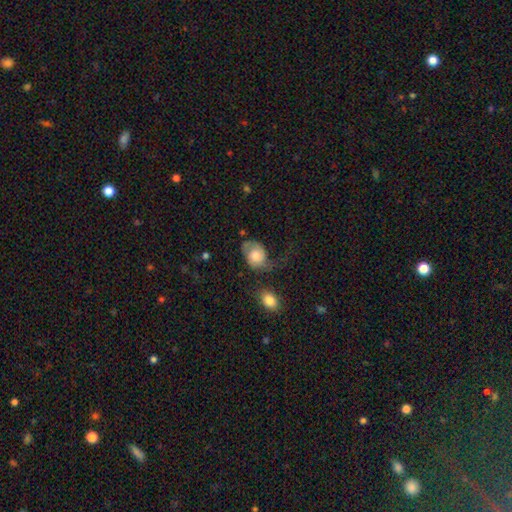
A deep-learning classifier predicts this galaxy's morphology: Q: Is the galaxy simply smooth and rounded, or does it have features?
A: smooth — 54%.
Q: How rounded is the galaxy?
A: in between — 62%.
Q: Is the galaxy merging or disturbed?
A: major disturbance — 40%.